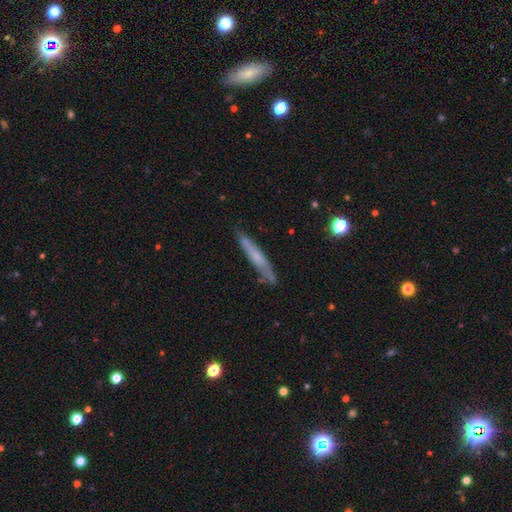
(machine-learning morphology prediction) smooth-or-featured: featured or disk: 50% | smooth: 43% | star or artifact: 7%
  disk-edge-on: yes: 83% | no: 17%
  merging: none: 78% | minor disturbance: 17% | major disturbance: 3% | merger: 2%